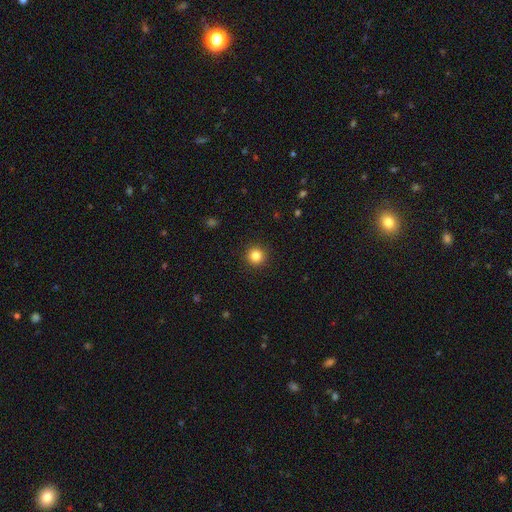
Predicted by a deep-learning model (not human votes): Smooth or featured?
  - smooth: 83% *
  - star or artifact: 12%
  - featured or disk: 5%
How rounded?
  - round: 95% *
  - in between: 4%
  - cigar-shaped: 1%
Merging?
  - none: 93% *
  - minor disturbance: 5%
  - major disturbance: 2%
  - merger: 1%